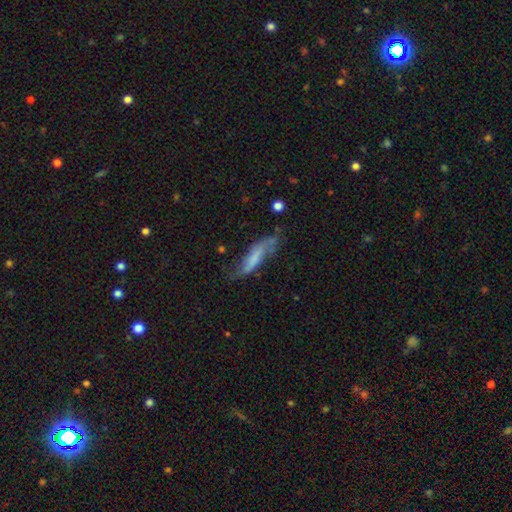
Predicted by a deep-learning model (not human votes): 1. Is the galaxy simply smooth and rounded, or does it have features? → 48% featured or disk, 43% smooth, 9% star or artifact.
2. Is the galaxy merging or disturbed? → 47% none, 30% minor disturbance, 18% major disturbance, 5% merger.